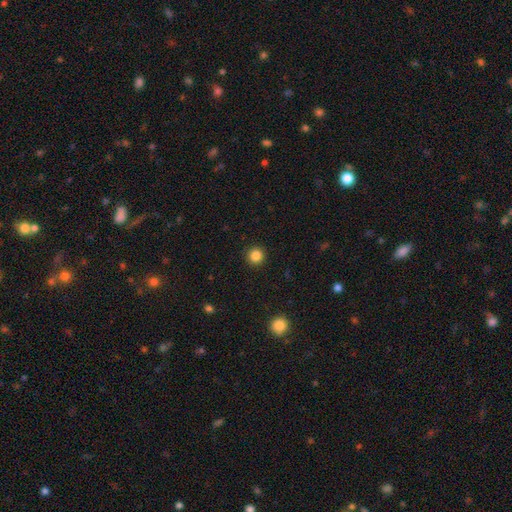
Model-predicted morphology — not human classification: A smooth galaxy with no disk features (85%) that is round (95%).

Vote fractions:
- Smooth or featured? smooth: 85% / star or artifact: 11% / featured or disk: 4%
- How rounded? round: 95% / in between: 4% / cigar-shaped: 1%
- Merging? none: 93% / minor disturbance: 4% / major disturbance: 2% / merger: 1%